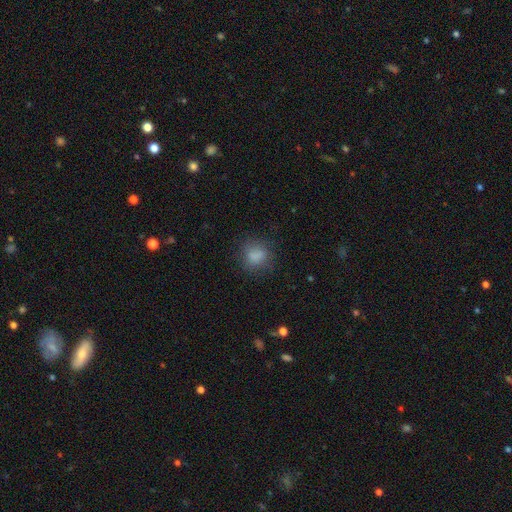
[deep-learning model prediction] Smooth or featured: smooth — 81% (star or artifact — 11%)
How rounded: round — 70% (in between — 29%)
Merging: none — 74% (minor disturbance — 16%)